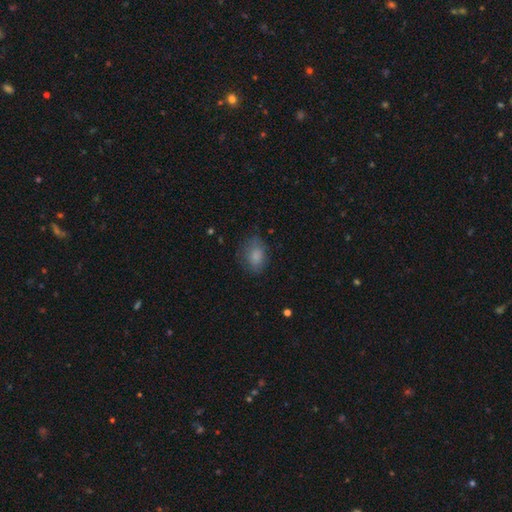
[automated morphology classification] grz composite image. It shows a smooth galaxy with no disk features (81%) that is in between round and cigar-shaped (74%). Merging: none (69%).